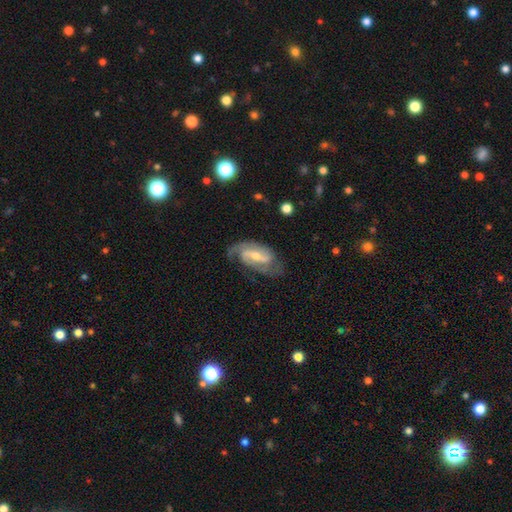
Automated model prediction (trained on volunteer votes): Q: Smooth or featured?
A: featured or disk (86%); runner-up: smooth (9%)
Q: Edge-on disk?
A: no (96%); runner-up: yes (4%)
Q: Bar?
A: weak (44%); runner-up: strong (37%)
Q: Spiral arms?
A: yes (96%); runner-up: no (4%)
Q: Spiral winding?
A: medium (50%); runner-up: tight (30%)
Q: Spiral arm count?
A: 2 (78%); runner-up: can't tell (7%)
Q: Bulge size?
A: small (53%); runner-up: moderate (41%)
Q: Merging?
A: none (68%); runner-up: minor disturbance (20%)